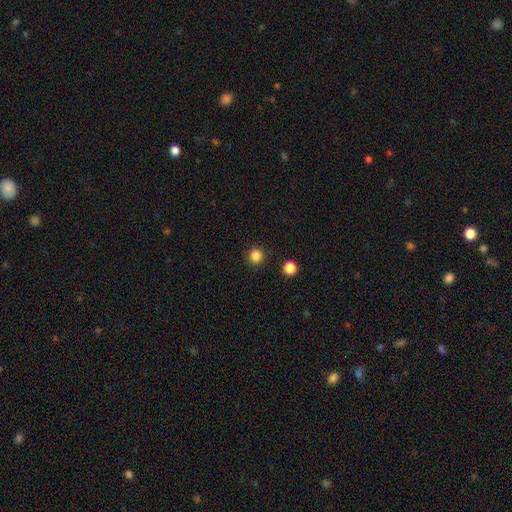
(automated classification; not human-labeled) A smooth galaxy with no disk features (84%) that is round (95%). Merging: none (92%).